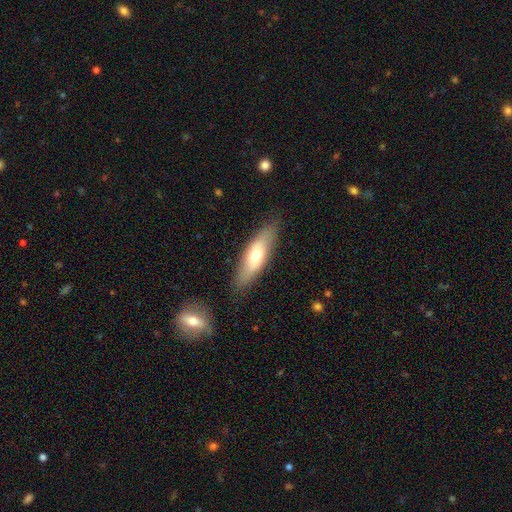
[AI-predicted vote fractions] This is possibly a smooth galaxy (60%). How rounded: possibly in between (50%). Merging: clearly none (85%).